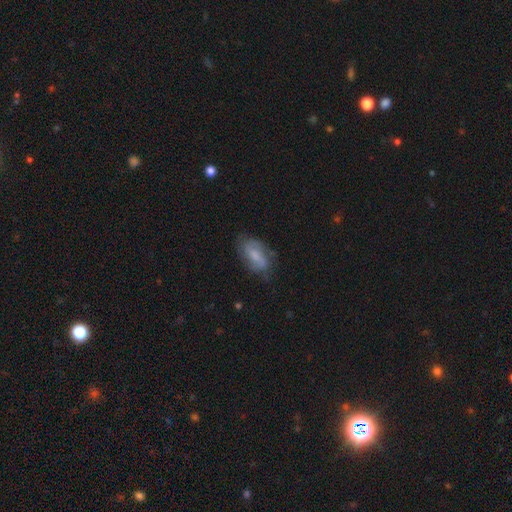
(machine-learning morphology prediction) This appears to be a smooth galaxy with no disk features (53%) that is in between round and cigar-shaped (87%). Merging: none (63%).